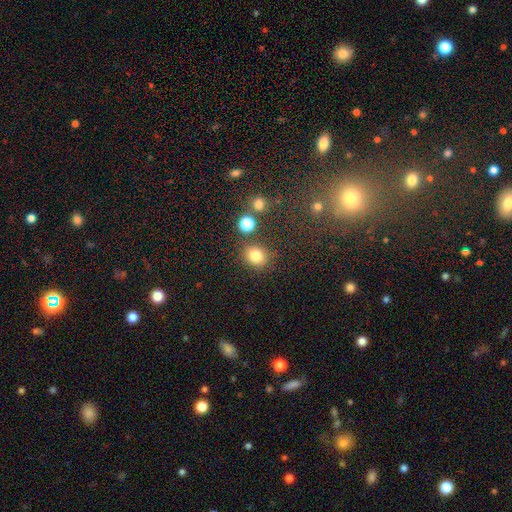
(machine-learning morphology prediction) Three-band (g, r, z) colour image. It shows a smooth galaxy with no disk features (79%) that is round (70%). Merging: none (79%).